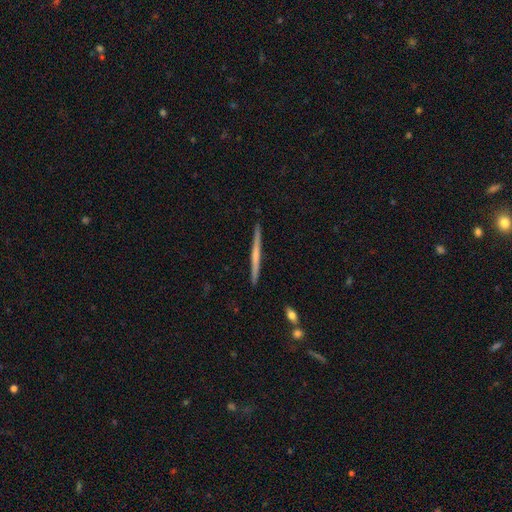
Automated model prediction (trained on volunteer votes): A featured or disk galaxy (56%) viewed edge-on (98%) with no central bulge (69%).

Vote fractions:
- Smooth or featured? featured or disk: 56% / smooth: 38% / star or artifact: 5%
- Edge-on disk? yes: 98% / no: 2%
- Edge-on bulge? none: 69% / rounded: 24% / boxy: 7%
- Merging? none: 92% / minor disturbance: 6% / merger: 1% / major disturbance: 1%